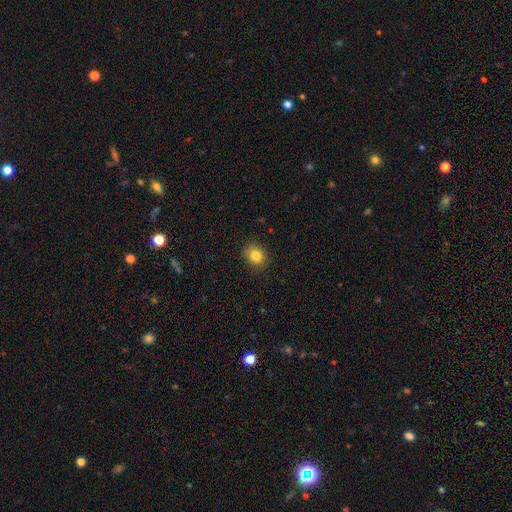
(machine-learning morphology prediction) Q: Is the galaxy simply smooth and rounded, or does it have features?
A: smooth — 83%.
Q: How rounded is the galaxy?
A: round — 67%.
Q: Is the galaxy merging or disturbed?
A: none — 83%.